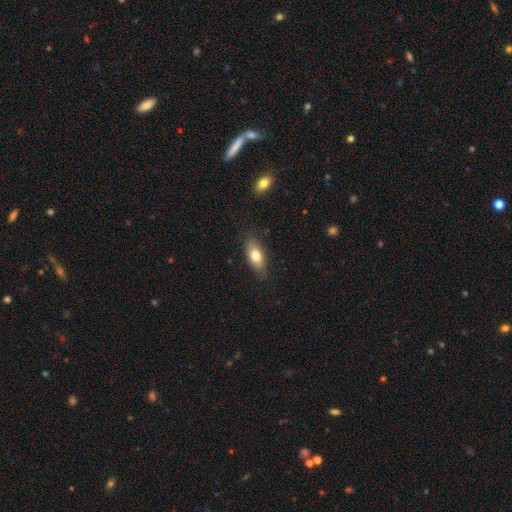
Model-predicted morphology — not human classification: smooth_or_featured: smooth (p=0.75) [alt: featured or disk p=0.18]
how_rounded: in between (p=0.85) [alt: cigar-shaped p=0.10]
merging: none (p=0.79) [alt: minor disturbance p=0.16]